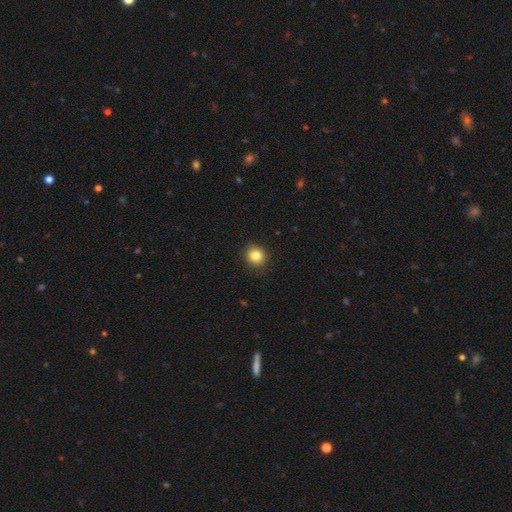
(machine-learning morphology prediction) Smooth or featured?
  - smooth: 84% *
  - star or artifact: 10%
  - featured or disk: 5%
How rounded?
  - round: 88% *
  - in between: 11%
  - cigar-shaped: 1%
Merging?
  - none: 91% *
  - minor disturbance: 6%
  - major disturbance: 2%
  - merger: 1%